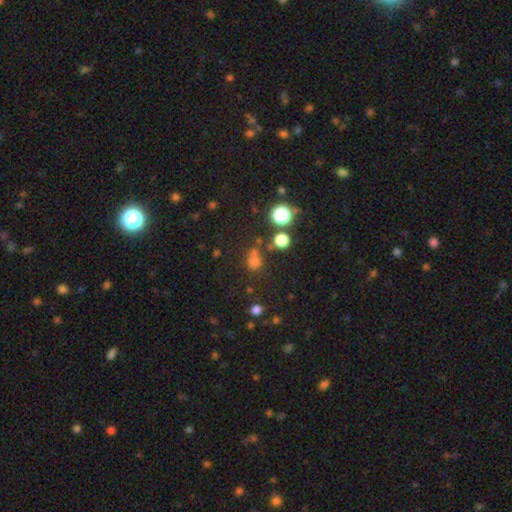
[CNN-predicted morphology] smooth 53%, star or artifact 39%, featured or disk 8%. Down the decision tree: how rounded — round (78%); merging — none (67%).